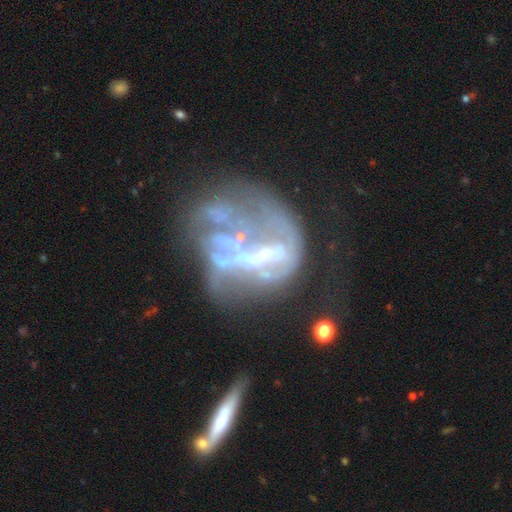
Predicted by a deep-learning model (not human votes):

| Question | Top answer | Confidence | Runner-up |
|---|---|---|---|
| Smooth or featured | featured or disk | 70% | star or artifact (15%) |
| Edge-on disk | no | 96% | yes (4%) |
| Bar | no | 62% | weak (21%) |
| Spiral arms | no | 74% | yes (26%) |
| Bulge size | none | 46% | small (31%) |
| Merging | major disturbance | 45% | merger (22%) |